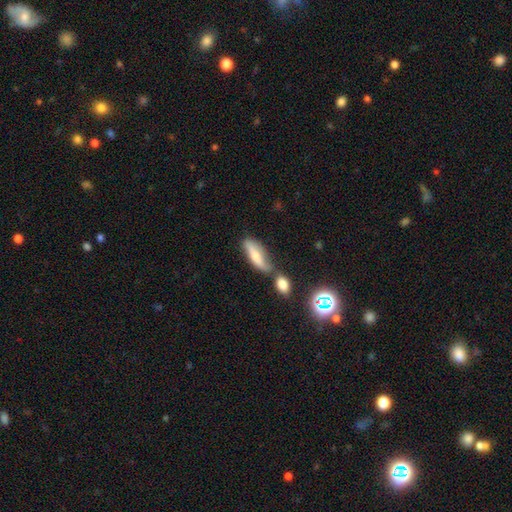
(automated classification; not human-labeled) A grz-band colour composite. It shows a smooth galaxy with no disk features (60%) that is in between round and cigar-shaped (50%). Merging: none (42%).